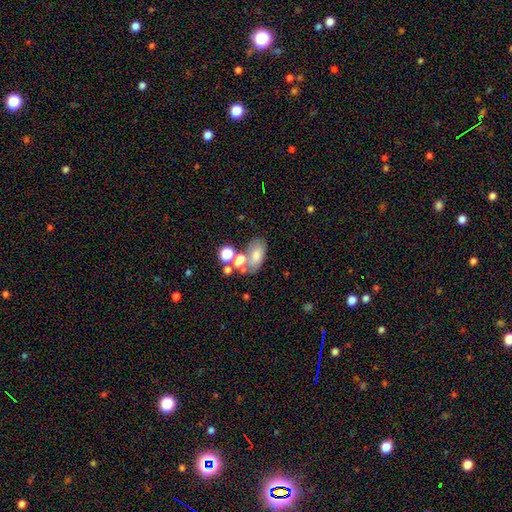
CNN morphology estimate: smooth-or-featured: smooth: 65% | featured or disk: 22% | star or artifact: 13%
  how-rounded: in between: 85% | round: 13% | cigar-shaped: 2%
  merging: none: 44% | merger: 33% | minor disturbance: 14% | major disturbance: 9%